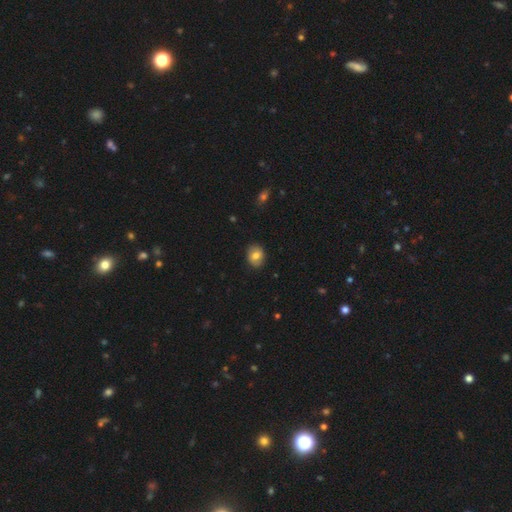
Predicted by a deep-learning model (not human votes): Smooth or featured? smooth (75%)
How rounded? round (50%)
Merging? none (88%)